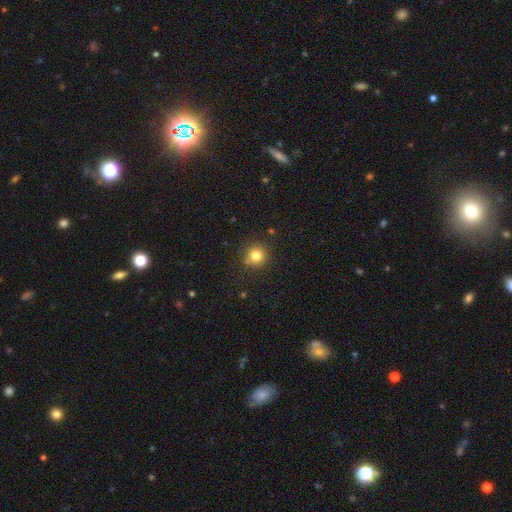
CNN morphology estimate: smooth-or-featured: smooth: 80% | star or artifact: 13% | featured or disk: 7%
  how-rounded: round: 94% | in between: 5% | cigar-shaped: 1%
  merging: none: 84% | minor disturbance: 8% | merger: 5% | major disturbance: 3%